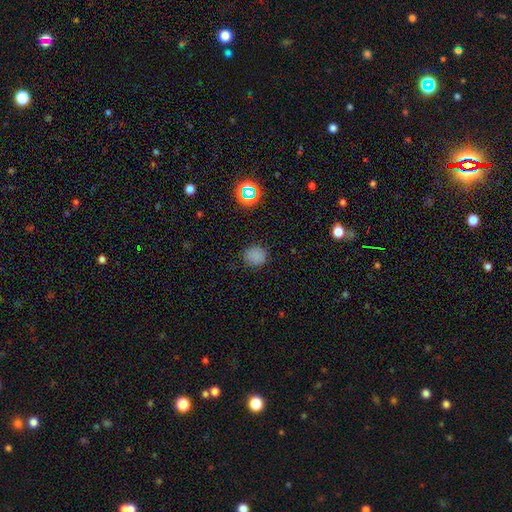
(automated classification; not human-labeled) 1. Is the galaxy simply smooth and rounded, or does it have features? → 77% smooth, 18% star or artifact, 5% featured or disk.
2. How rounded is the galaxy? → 81% round, 18% in between, 1% cigar-shaped.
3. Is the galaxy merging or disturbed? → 84% none, 11% minor disturbance, 3% major disturbance, 1% merger.